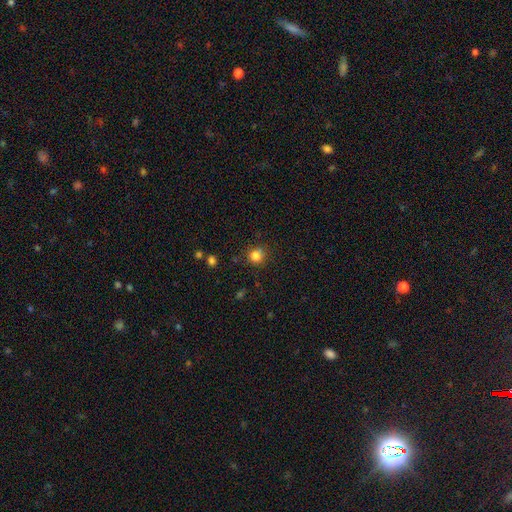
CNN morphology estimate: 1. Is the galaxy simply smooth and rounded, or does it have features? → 83% smooth, 12% star or artifact, 5% featured or disk.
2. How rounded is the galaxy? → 88% round, 11% in between, 1% cigar-shaped.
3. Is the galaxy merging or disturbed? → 85% none, 10% minor disturbance, 3% major disturbance, 2% merger.